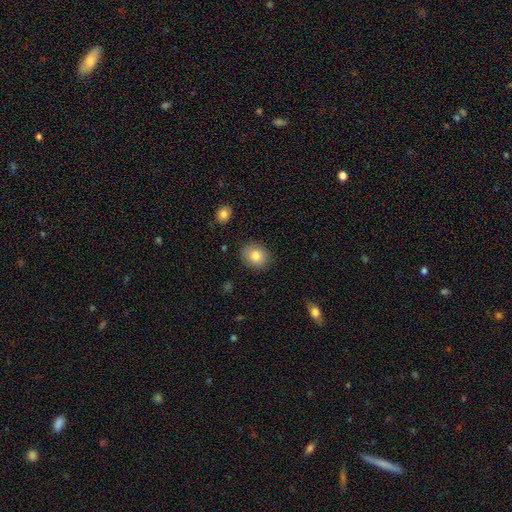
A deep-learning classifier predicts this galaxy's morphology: Smooth or featured?
  - smooth: 83% *
  - featured or disk: 9%
  - star or artifact: 9%
How rounded?
  - round: 58% *
  - in between: 41%
  - cigar-shaped: 1%
Merging?
  - none: 86% *
  - minor disturbance: 10%
  - major disturbance: 2%
  - merger: 1%